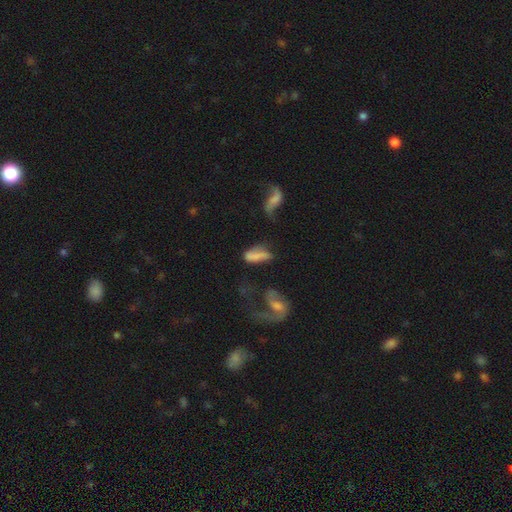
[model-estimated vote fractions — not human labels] smooth-or-featured: smooth: 63% | featured or disk: 26% | star or artifact: 11%
  how-rounded: in between: 72% | cigar-shaped: 24% | round: 4%
  merging: none: 36% | minor disturbance: 26% | major disturbance: 22% | merger: 15%